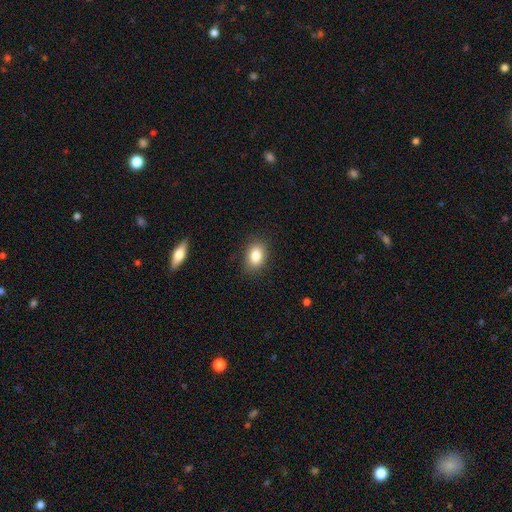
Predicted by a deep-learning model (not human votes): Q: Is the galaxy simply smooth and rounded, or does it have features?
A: smooth — 84%.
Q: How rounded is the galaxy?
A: in between — 79%.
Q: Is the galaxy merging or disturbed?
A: none — 86%.